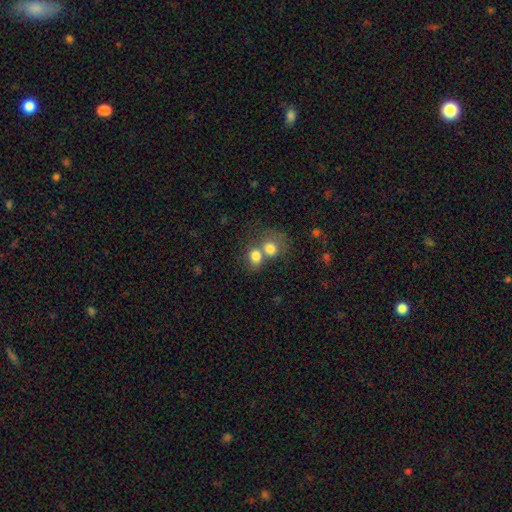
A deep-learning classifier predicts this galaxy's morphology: Smooth or featured: smooth — 79% (featured or disk — 11%)
How rounded: round — 57% (in between — 42%)
Merging: merger — 55% (none — 32%)